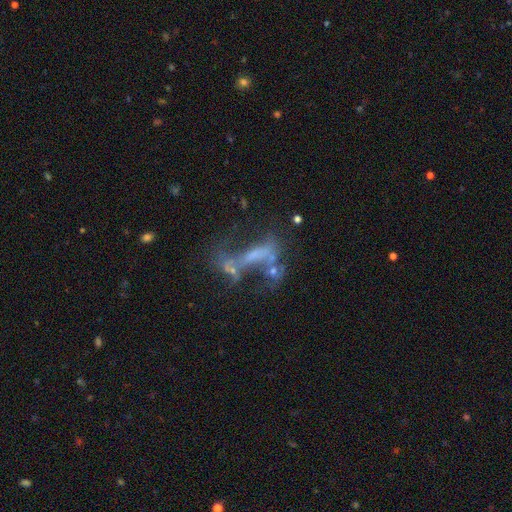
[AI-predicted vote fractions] smooth_or_featured: featured or disk (p=0.59) [alt: star or artifact p=0.21]
disk_edge_on: no (p=0.86) [alt: yes p=0.14]
bar: no (p=0.58) [alt: strong p=0.21]
has_spiral_arms: no (p=0.71) [alt: yes p=0.29]
bulge_size: none (p=0.60) [alt: small p=0.24]
merging: merger (p=0.31) [alt: major disturbance p=0.30]